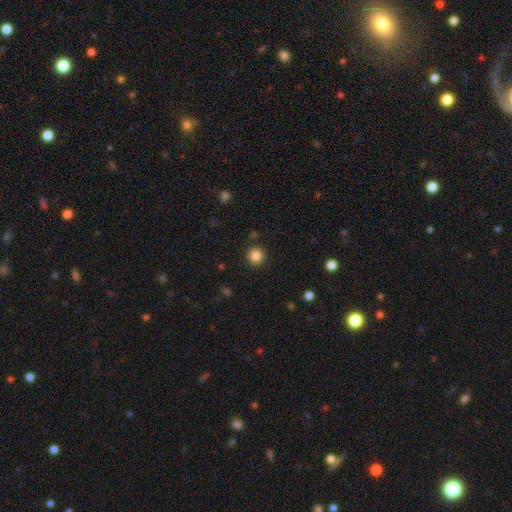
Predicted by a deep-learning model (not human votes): smooth 85%, star or artifact 11%, featured or disk 4%. Down the decision tree: how rounded — round (94%); merging — none (90%).